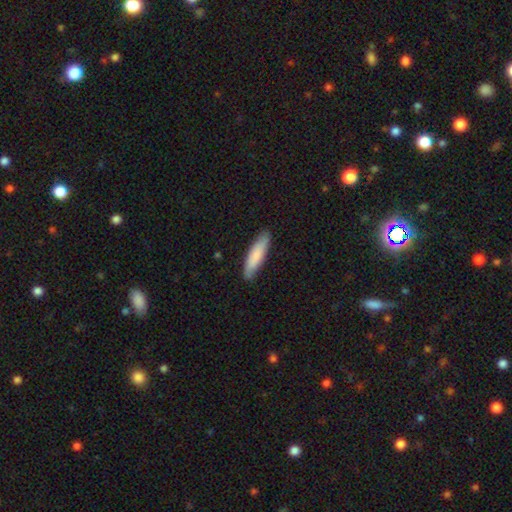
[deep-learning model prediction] This appears to be a smooth galaxy with no disk features (80%) that is cigar-shaped (74%). Merging: none (85%).